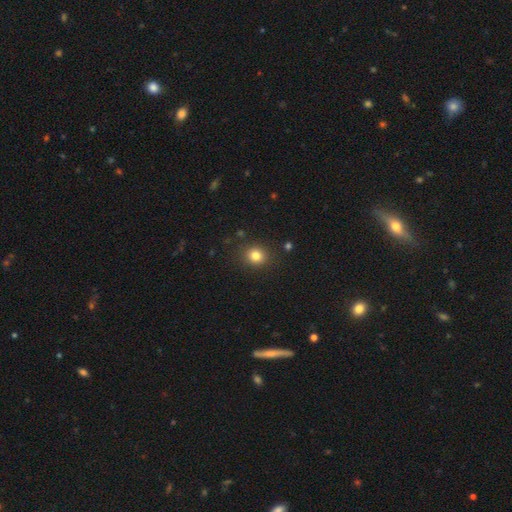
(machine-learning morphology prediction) Smooth or featured?
  - smooth: 80% *
  - star or artifact: 13%
  - featured or disk: 7%
How rounded?
  - round: 81% *
  - in between: 18%
  - cigar-shaped: 1%
Merging?
  - none: 88% *
  - minor disturbance: 8%
  - major disturbance: 3%
  - merger: 2%